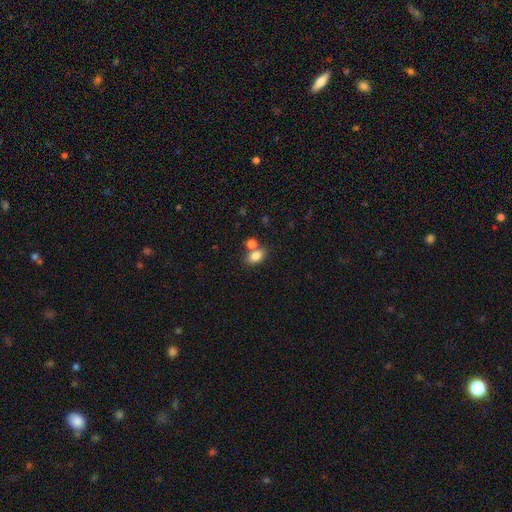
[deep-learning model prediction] A smooth galaxy with no disk features (83%) that is in between round and cigar-shaped (84%). Merging: none (51%).